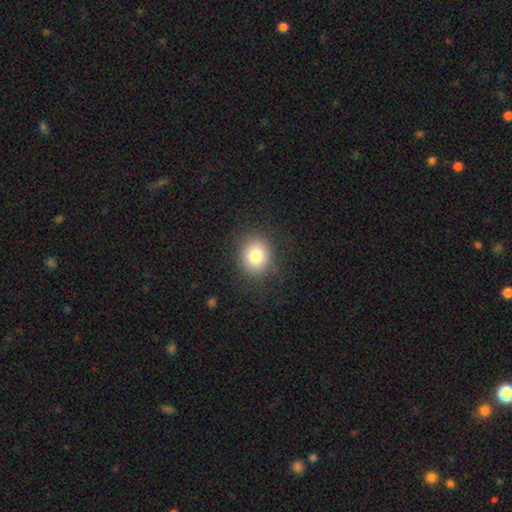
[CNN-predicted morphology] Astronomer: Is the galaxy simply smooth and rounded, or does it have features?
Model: smooth — 80%.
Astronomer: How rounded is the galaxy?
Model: round — 73%.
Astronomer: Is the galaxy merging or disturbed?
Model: none — 86%.